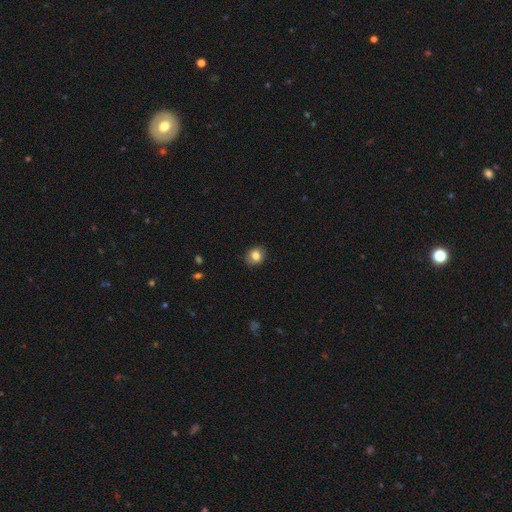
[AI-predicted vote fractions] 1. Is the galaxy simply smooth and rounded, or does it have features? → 81% smooth, 9% featured or disk, 9% star or artifact.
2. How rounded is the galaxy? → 67% round, 32% in between, 1% cigar-shaped.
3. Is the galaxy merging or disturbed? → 86% none, 11% minor disturbance, 2% major disturbance, 1% merger.